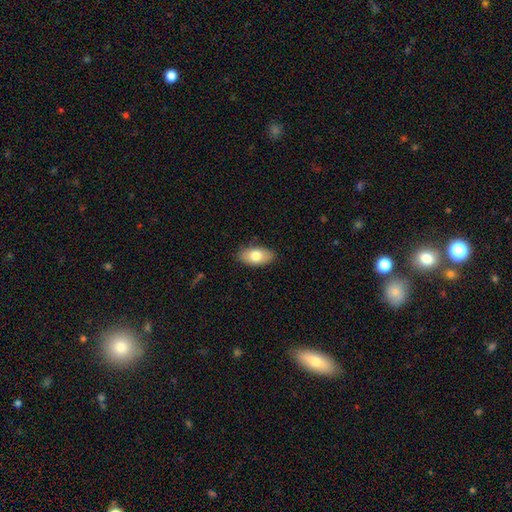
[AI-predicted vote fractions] smooth_or_featured: smooth (p=0.77) [alt: featured or disk p=0.16]
how_rounded: in between (p=0.93) [alt: round p=0.04]
merging: none (p=0.86) [alt: minor disturbance p=0.11]